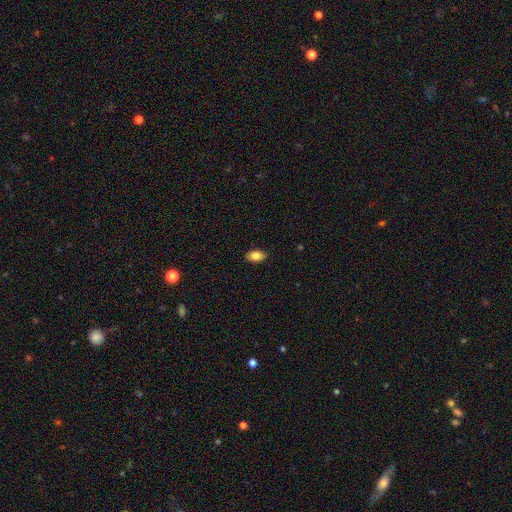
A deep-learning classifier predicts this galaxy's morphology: This is clearly a smooth galaxy (85%). How rounded: clearly in between (91%). Merging: clearly none (87%).